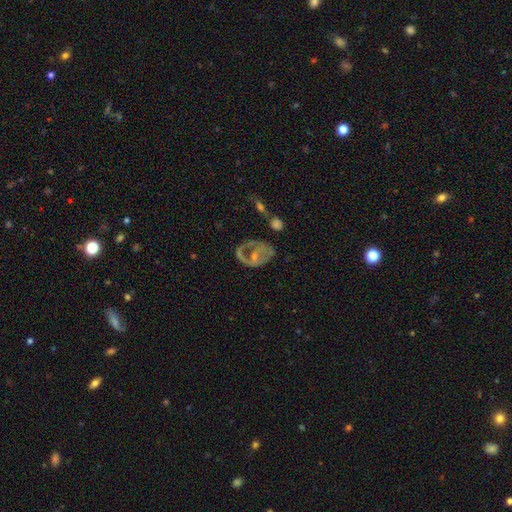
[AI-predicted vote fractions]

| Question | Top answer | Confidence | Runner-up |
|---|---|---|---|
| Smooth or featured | featured or disk | 65% | smooth (26%) |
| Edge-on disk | no | 96% | yes (4%) |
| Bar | no | 57% | weak (29%) |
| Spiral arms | no | 61% | yes (39%) |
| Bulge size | small | 57% | moderate (31%) |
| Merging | none | 36% | major disturbance (35%) |